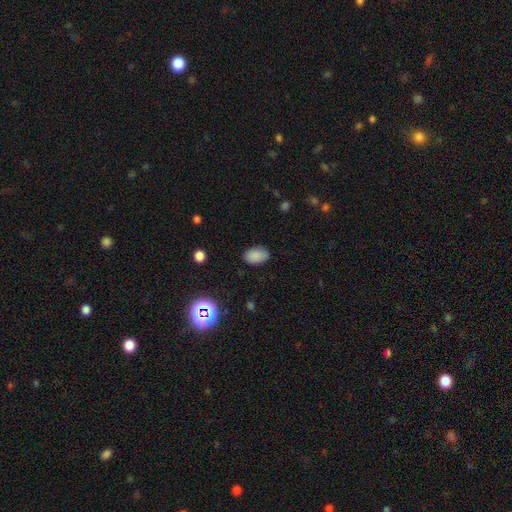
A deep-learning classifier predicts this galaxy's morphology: smooth 85%, star or artifact 10%, featured or disk 4%. Down the decision tree: how rounded — in between (89%); merging — none (84%).